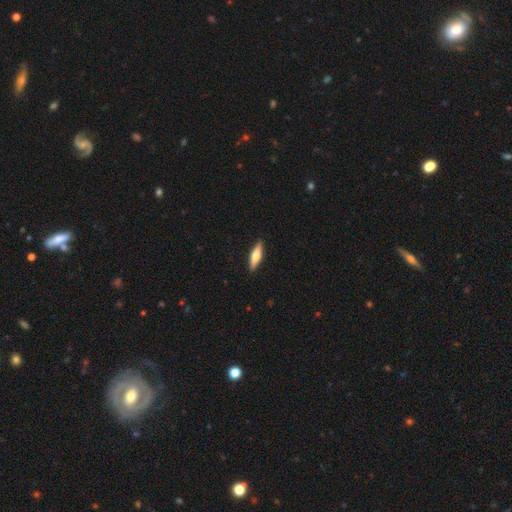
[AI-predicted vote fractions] This appears to be a smooth galaxy with no disk features (53%) that is cigar-shaped (67%). Merging: none (90%).